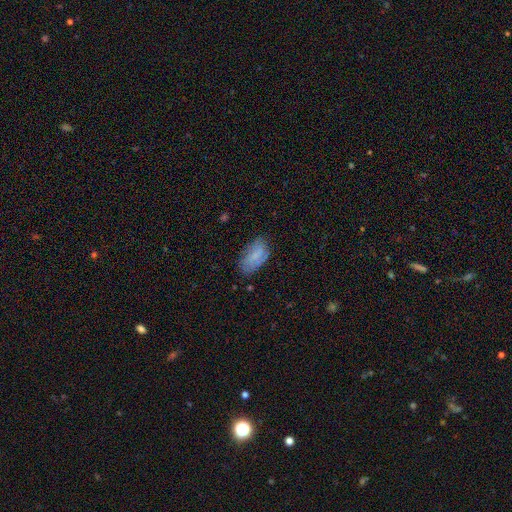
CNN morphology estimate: Smooth or featured? smooth (56%)
How rounded? in between (92%)
Merging? none (69%)